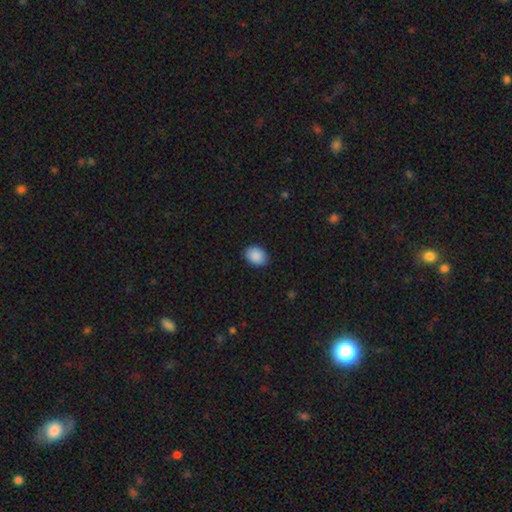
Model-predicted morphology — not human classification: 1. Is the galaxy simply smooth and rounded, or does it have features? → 90% smooth, 7% star or artifact, 3% featured or disk.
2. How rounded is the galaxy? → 69% in between, 30% round, 1% cigar-shaped.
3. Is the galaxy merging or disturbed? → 87% none, 10% minor disturbance, 2% major disturbance, 1% merger.